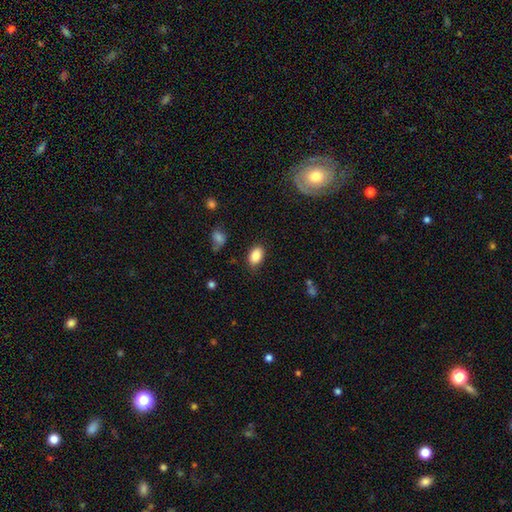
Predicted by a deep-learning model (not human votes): The model was most divided on "merging": none: 84%, minor disturbance: 12%, major disturbance: 3%, merger: 1%. More confident: how rounded — in between (88%); smooth or featured — smooth (87%).